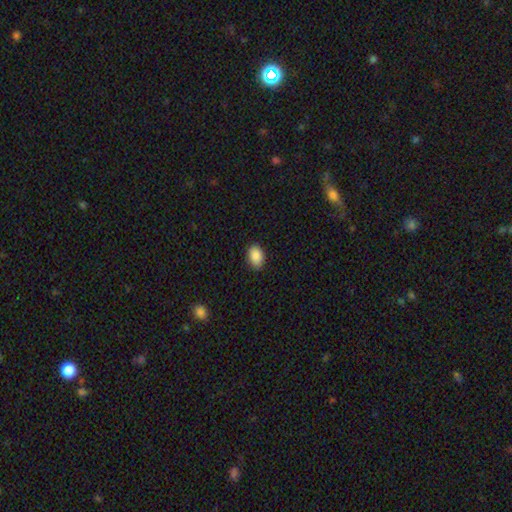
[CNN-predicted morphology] A smooth galaxy with no disk features (89%) that is in between round and cigar-shaped (85%).

Vote fractions:
- Smooth or featured? smooth: 89% / star or artifact: 7% / featured or disk: 3%
- How rounded? in between: 85% / round: 14% / cigar-shaped: 1%
- Merging? none: 86% / minor disturbance: 11% / major disturbance: 2% / merger: 1%